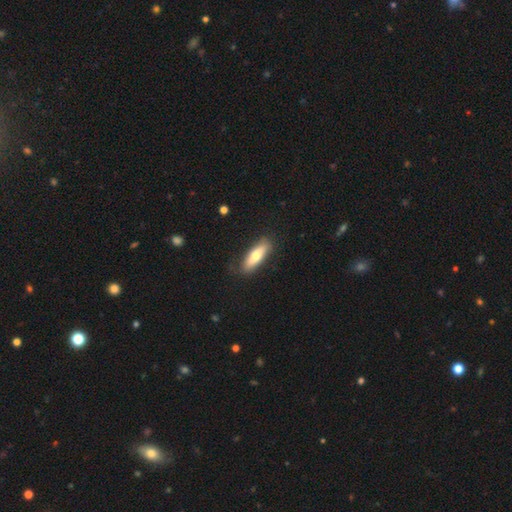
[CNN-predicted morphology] Q: Smooth or featured?
A: smooth (67%); runner-up: featured or disk (28%)
Q: How rounded?
A: cigar-shaped (50%); runner-up: in between (48%)
Q: Merging?
A: none (82%); runner-up: minor disturbance (14%)